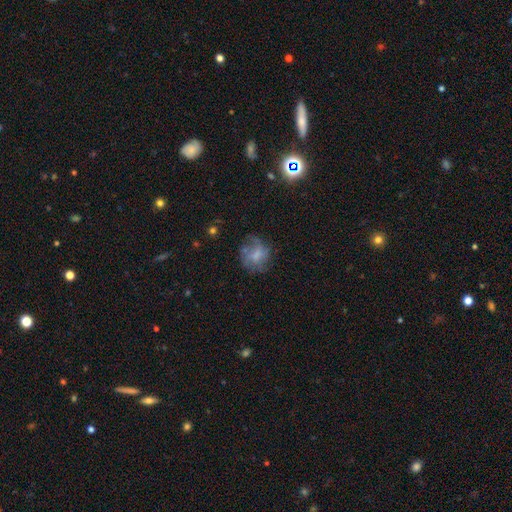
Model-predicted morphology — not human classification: The model was most divided on "smooth or featured": smooth: 49%, featured or disk: 40%, star or artifact: 11%. More confident: merging — none (53%).